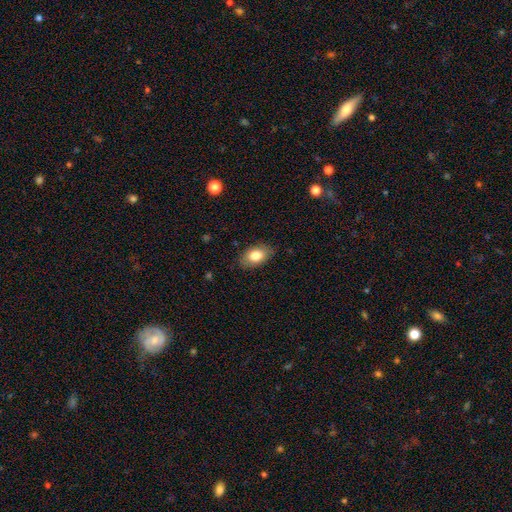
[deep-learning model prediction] Smooth or featured? smooth (81%)
How rounded? in between (90%)
Merging? none (83%)